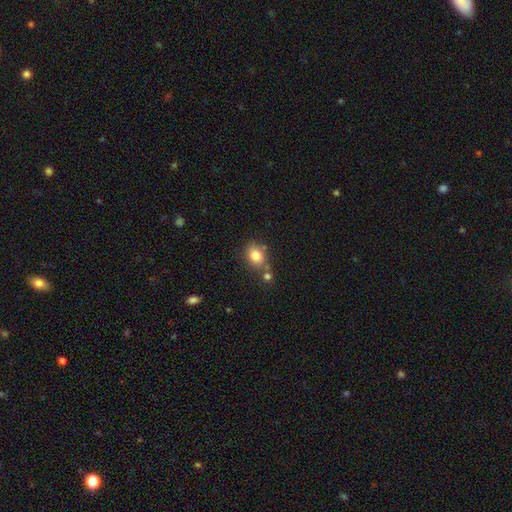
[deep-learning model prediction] smooth_or_featured: smooth (p=0.81) [alt: star or artifact p=0.10]
how_rounded: in between (p=0.49) [tied with: round p=0.49]
merging: none (p=0.61) [alt: merger p=0.20]